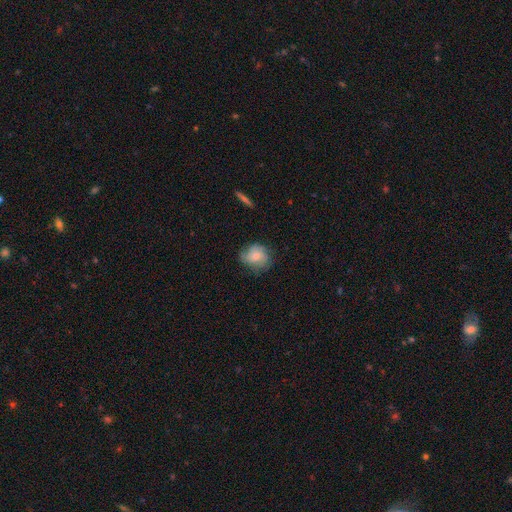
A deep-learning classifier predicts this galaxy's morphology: This is likely a smooth galaxy (67%). How rounded: likely round (73%). Merging: likely none (64%).